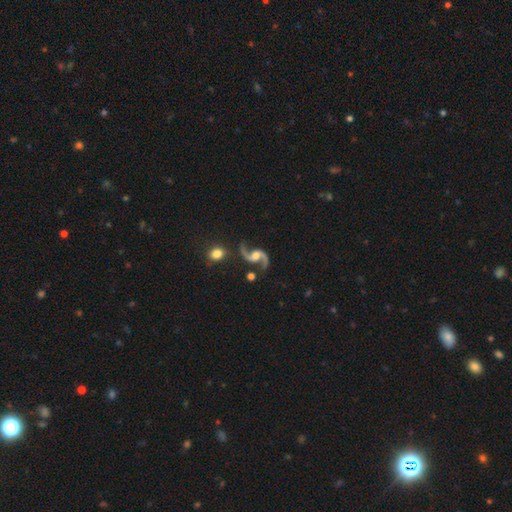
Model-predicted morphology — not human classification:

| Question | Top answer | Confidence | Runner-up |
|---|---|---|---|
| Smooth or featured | featured or disk | 92% | star or artifact (4%) |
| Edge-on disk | no | 98% | yes (2%) |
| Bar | no | 55% | weak (34%) |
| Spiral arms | yes | 98% | no (2%) |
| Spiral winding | loose | 77% | medium (20%) |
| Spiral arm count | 2 | 95% | 1 (1%) |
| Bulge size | moderate | 53% | small (25%) |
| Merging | none | 76% | minor disturbance (14%) |